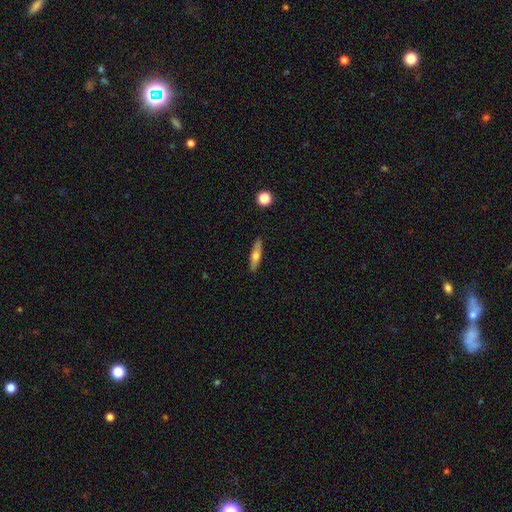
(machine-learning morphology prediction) smooth-or-featured: smooth: 53% | featured or disk: 40% | star or artifact: 7%
  how-rounded: cigar-shaped: 67% | in between: 30% | round: 3%
  merging: none: 86% | minor disturbance: 10% | major disturbance: 2% | merger: 2%